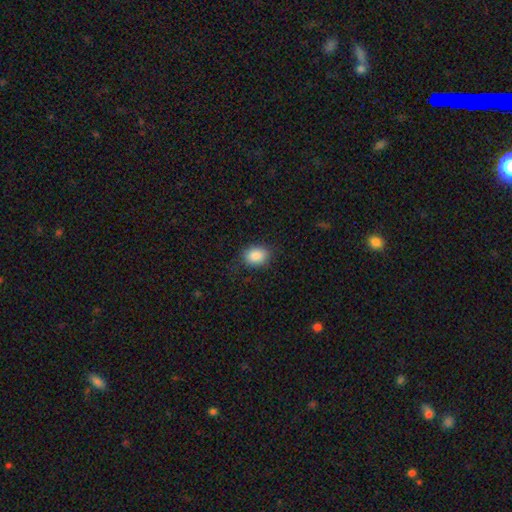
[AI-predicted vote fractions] smooth_or_featured: smooth (p=0.87) [alt: star or artifact p=0.08]
how_rounded: in between (p=0.62) [alt: round p=0.37]
merging: none (p=0.82) [alt: minor disturbance p=0.14]